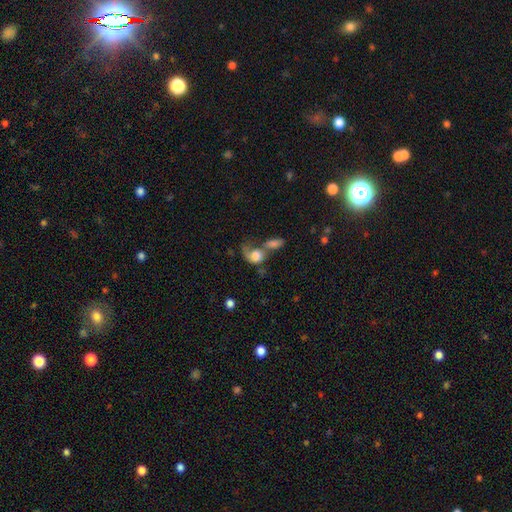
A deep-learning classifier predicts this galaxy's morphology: Overall: smooth (66%). How rounded: round (54%; in between 44%). Merging: merger (54%; major disturbance 21%).